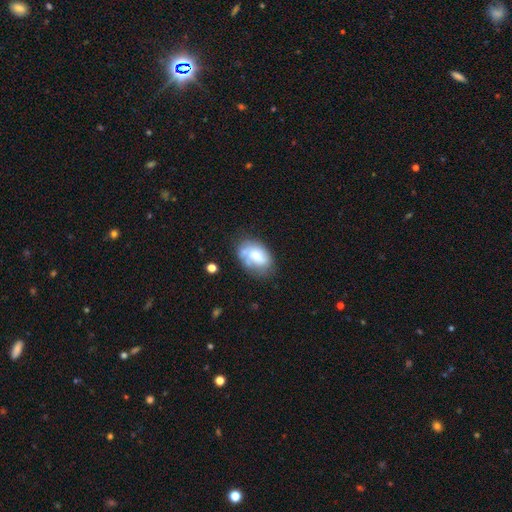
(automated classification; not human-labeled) Overall: smooth (57%; featured or disk 34%). How rounded: in between (86%). Merging: none (53%; minor disturbance 28%).